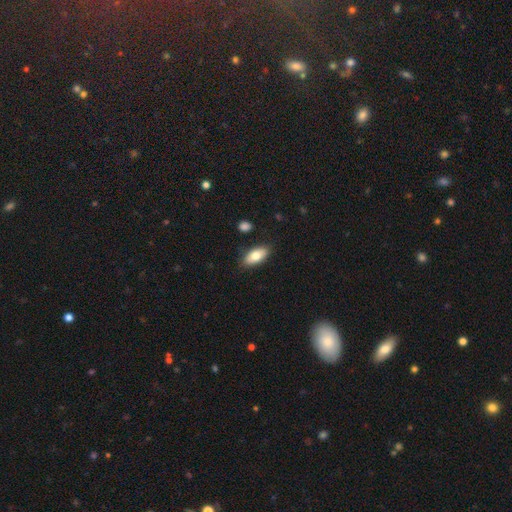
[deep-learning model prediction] Q: Smooth or featured?
A: smooth (76%); runner-up: featured or disk (18%)
Q: How rounded?
A: in between (87%); runner-up: cigar-shaped (10%)
Q: Merging?
A: none (84%); runner-up: minor disturbance (11%)